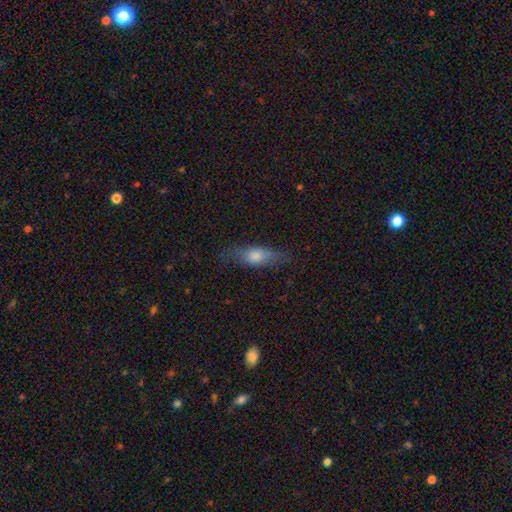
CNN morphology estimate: Overall: smooth (57%; featured or disk 35%). How rounded: in between (49%; cigar-shaped 46%). Merging: none (75%).